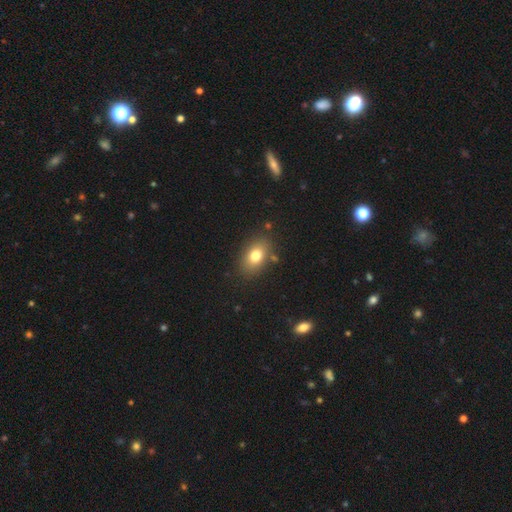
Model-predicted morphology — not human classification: Smooth or featured: smooth — 77% (featured or disk — 13%)
How rounded: in between — 82% (round — 17%)
Merging: none — 83% (minor disturbance — 11%)